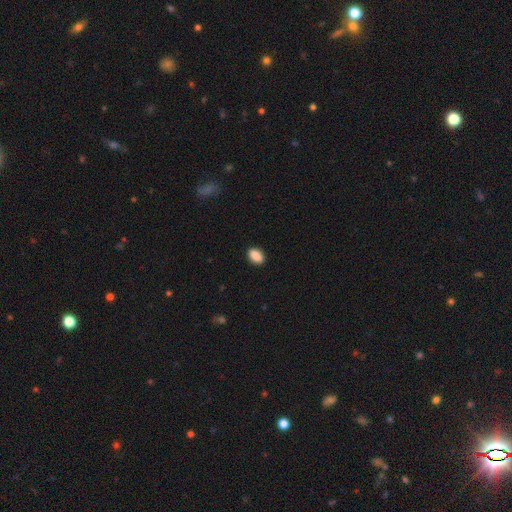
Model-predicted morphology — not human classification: smooth 89%, star or artifact 8%, featured or disk 3%. Down the decision tree: how rounded — in between (88%); merging — none (89%).